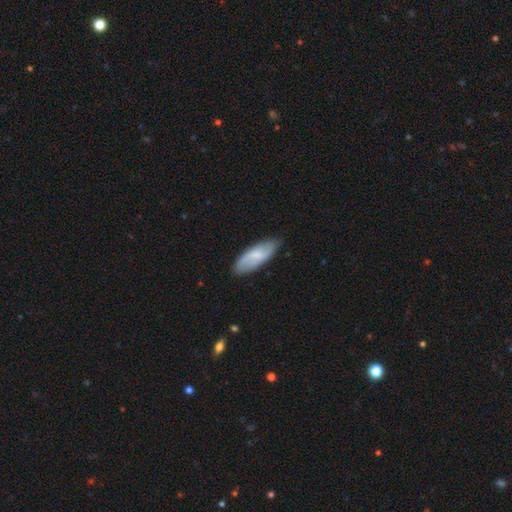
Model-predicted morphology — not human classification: type=smooth (56%); roundness=in between (69%); merging=none (80%).